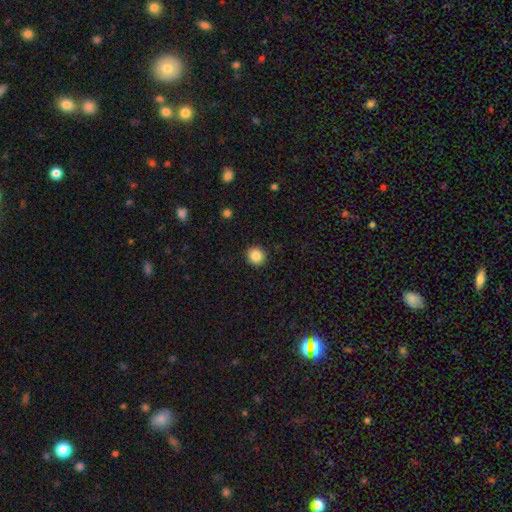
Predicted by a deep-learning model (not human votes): Smooth or featured? Predicted: smooth (p=0.85). How rounded? Predicted: round (p=0.92). Merging? Predicted: none (p=0.92).